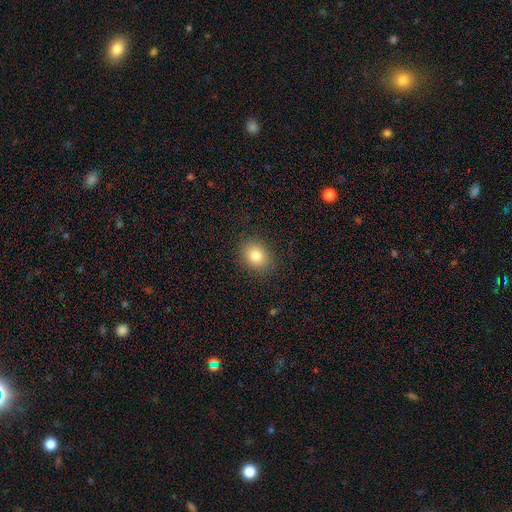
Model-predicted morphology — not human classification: Smooth or featured: smooth — 82% (star or artifact — 10%)
How rounded: in between — 56% (round — 43%)
Merging: none — 87% (minor disturbance — 9%)